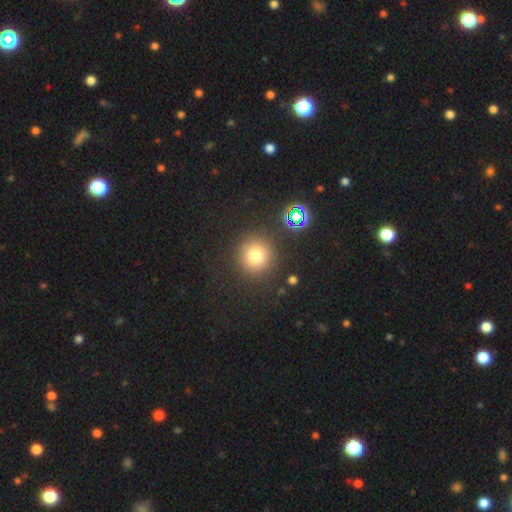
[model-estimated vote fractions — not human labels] Smooth or featured? smooth (73%)
How rounded? round (94%)
Merging? none (87%)